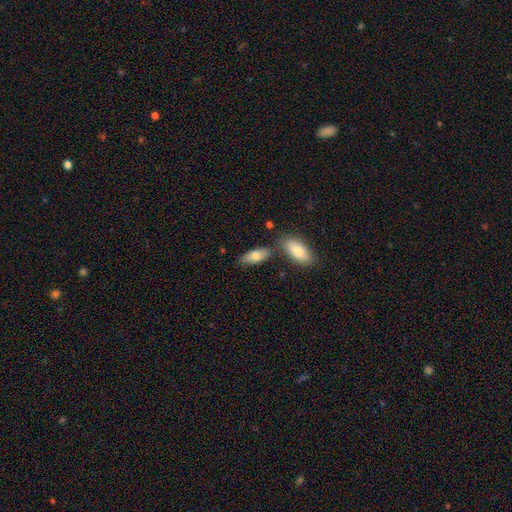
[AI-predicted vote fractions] A smooth galaxy with no disk features (77%) that is in between round and cigar-shaped (83%).

Vote fractions:
- Smooth or featured? smooth: 77% / featured or disk: 17% / star or artifact: 7%
- How rounded? in between: 83% / cigar-shaped: 15% / round: 3%
- Merging? none: 62% / merger: 20% / minor disturbance: 14% / major disturbance: 4%